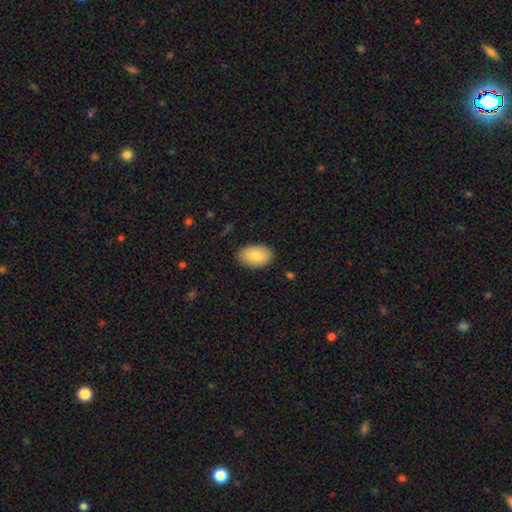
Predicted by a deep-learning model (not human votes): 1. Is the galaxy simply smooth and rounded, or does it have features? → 82% smooth, 12% featured or disk, 6% star or artifact.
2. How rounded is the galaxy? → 92% in between, 6% round, 1% cigar-shaped.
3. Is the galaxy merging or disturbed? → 86% none, 11% minor disturbance, 2% major disturbance, 1% merger.